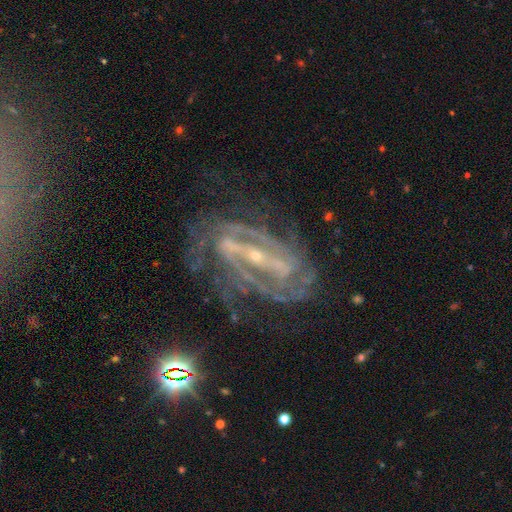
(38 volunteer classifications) Smooth or featured? 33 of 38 (87%) said featured or disk. Edge-on disk? 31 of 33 (94%) said no. Bar? 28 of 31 (90%) said strong. Spiral arms? 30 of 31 (97%) said yes. Spiral winding? 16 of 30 (53%) said tight. Spiral arm count? 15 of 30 (50%) said 2. Bulge size? 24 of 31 (77%) said small. Merging? 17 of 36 (47%) said none.